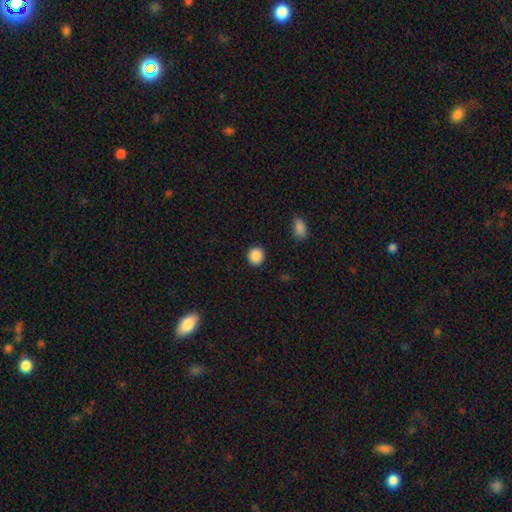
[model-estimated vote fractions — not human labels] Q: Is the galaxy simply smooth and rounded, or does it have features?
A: smooth — 88%.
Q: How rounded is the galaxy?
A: round — 88%.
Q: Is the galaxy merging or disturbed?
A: none — 91%.